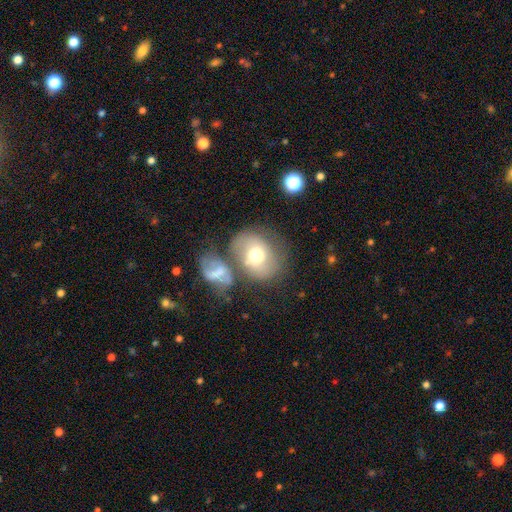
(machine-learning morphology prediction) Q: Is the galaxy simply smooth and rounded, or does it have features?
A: smooth — 56%.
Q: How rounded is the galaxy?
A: round — 54%.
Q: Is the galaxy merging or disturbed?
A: none — 45%.